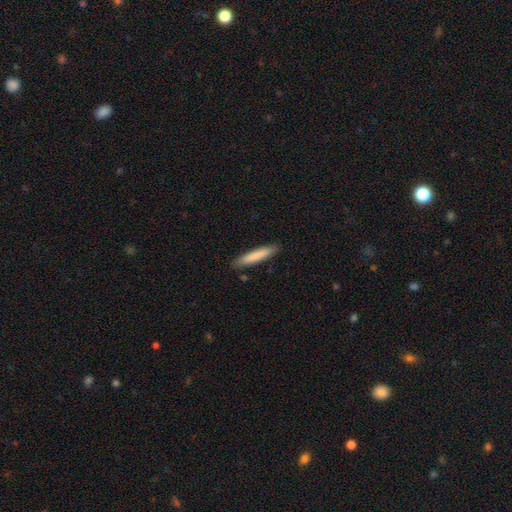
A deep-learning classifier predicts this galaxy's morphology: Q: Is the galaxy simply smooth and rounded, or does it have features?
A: smooth — 81%.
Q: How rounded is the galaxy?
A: cigar-shaped — 91%.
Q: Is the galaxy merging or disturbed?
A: none — 89%.